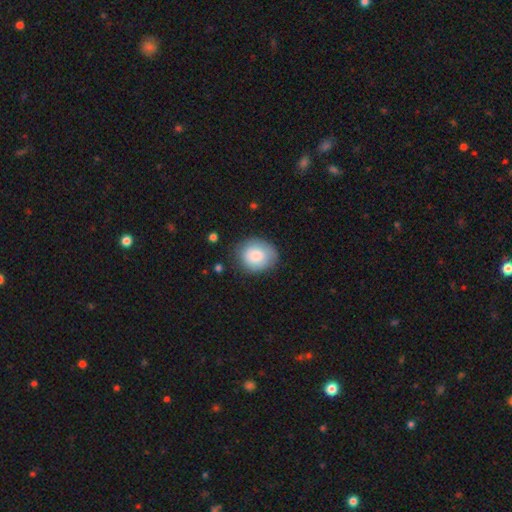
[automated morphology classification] smooth-or-featured: smooth: 82% | featured or disk: 11% | star or artifact: 7%
  how-rounded: round: 70% | in between: 29% | cigar-shaped: 1%
  merging: none: 77% | minor disturbance: 17% | major disturbance: 4% | merger: 2%